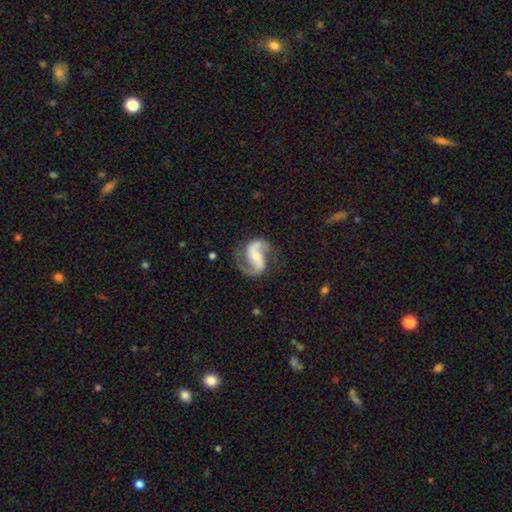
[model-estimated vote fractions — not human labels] This is clearly a featured or disk galaxy (91%). It is clearly not viewed edge-on (98%). Bar: marginally weak (39%). Spiral arm pattern: clearly yes (98%). Spiral arm count: clearly 2 (94%). Spiral winding: possibly medium (48%). Central bulge: possibly moderate (47%). Merging: likely none (79%).